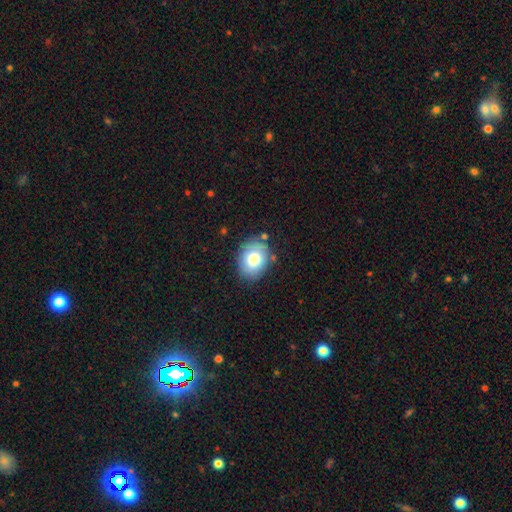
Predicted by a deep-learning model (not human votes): Smooth or featured? Predicted: smooth (p=0.76). How rounded? Predicted: in between (p=0.62). Merging? Predicted: none (p=0.81).